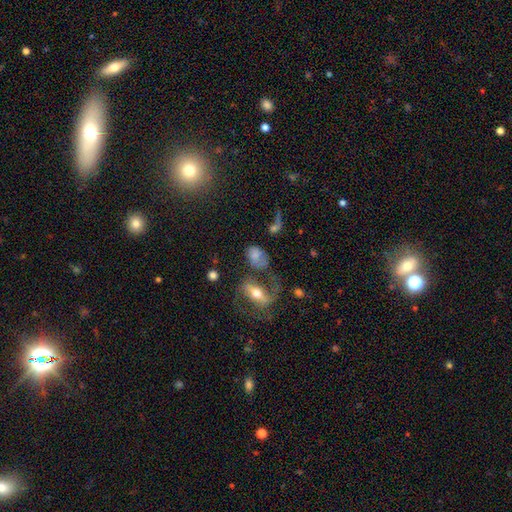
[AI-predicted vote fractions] smooth-or-featured: smooth: 56% | featured or disk: 32% | star or artifact: 12%
  how-rounded: in between: 75% | round: 22% | cigar-shaped: 3%
  merging: none: 43% | minor disturbance: 21% | major disturbance: 19% | merger: 18%